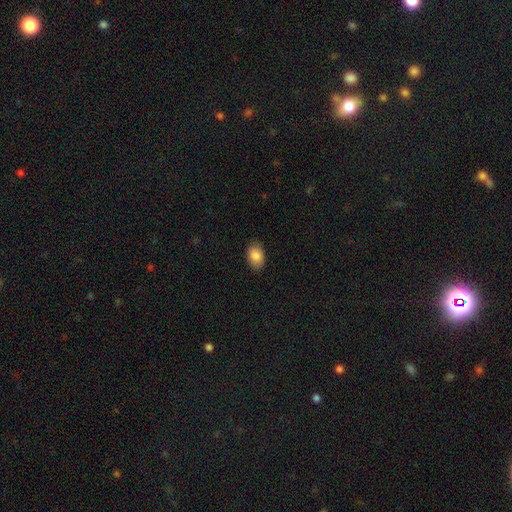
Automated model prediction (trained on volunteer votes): Q: Smooth or featured?
A: smooth (87%); runner-up: star or artifact (7%)
Q: How rounded?
A: in between (88%); runner-up: round (11%)
Q: Merging?
A: none (84%); runner-up: minor disturbance (12%)